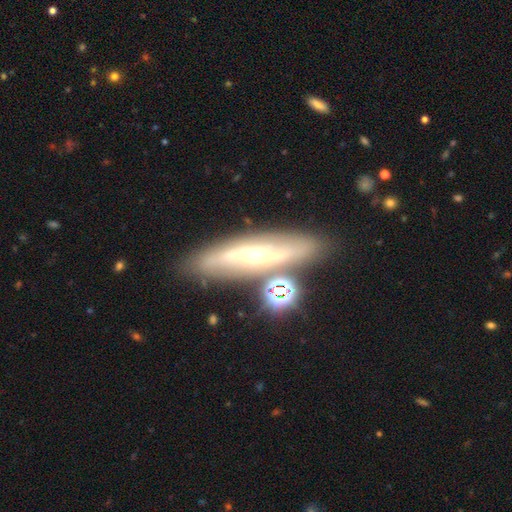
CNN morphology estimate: This is likely a featured or disk galaxy (71%). It is possibly viewed edge-on (54%). Merging: likely none (76%).